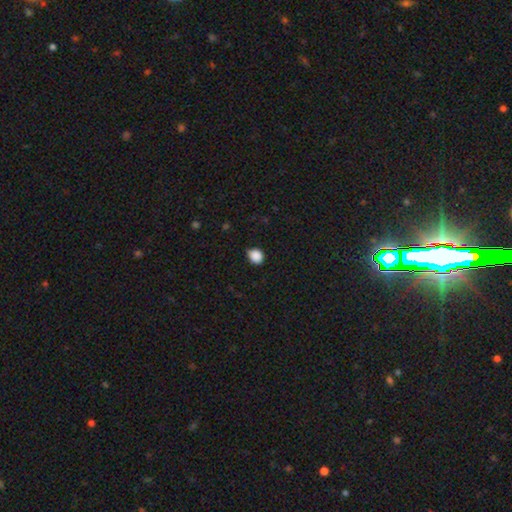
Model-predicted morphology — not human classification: This is clearly a smooth galaxy (87%). How rounded: likely round (64%). Merging: likely none (68%).